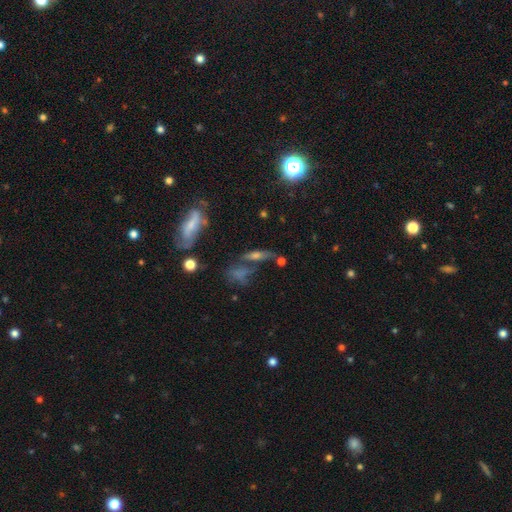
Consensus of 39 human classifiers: featured or disk 49%, smooth 44%, star or artifact 8%. Down the decision tree: edge-on disk — yes (84%); edge-on bulge — rounded (88%); merging — none (56%).